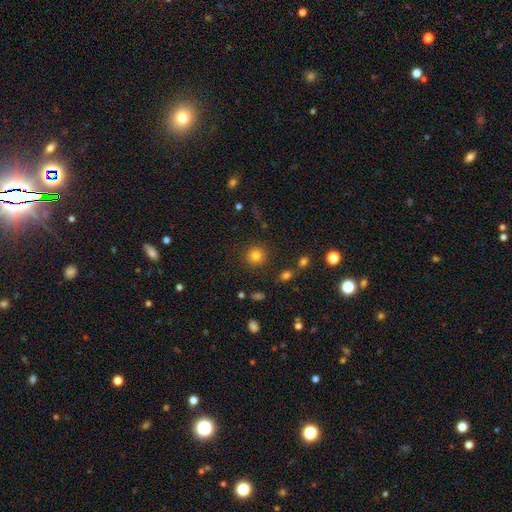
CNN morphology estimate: A smooth galaxy with no disk features (81%) that is round (92%). Merging: none (88%).